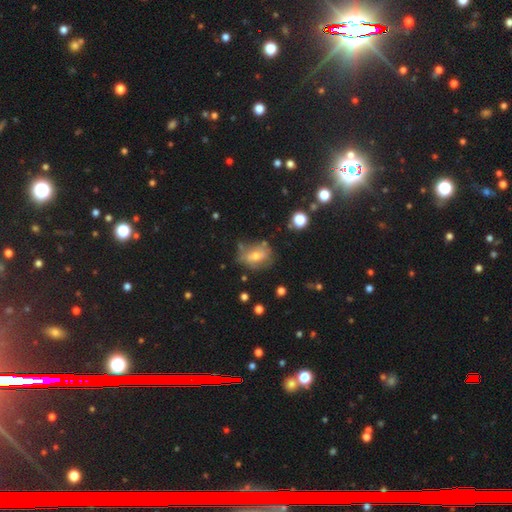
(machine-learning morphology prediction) Smooth or featured? smooth (47%)
Merging? none (54%)